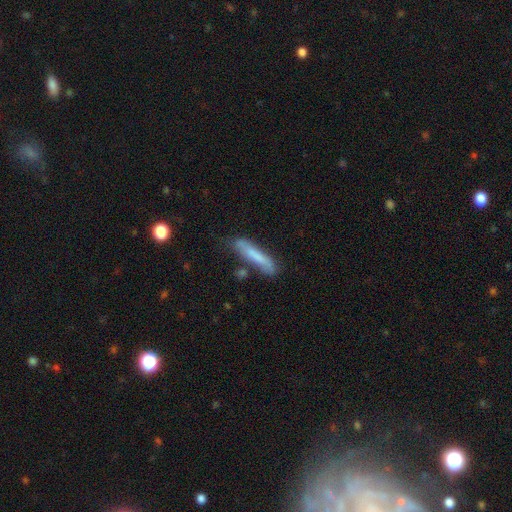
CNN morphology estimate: Overall: smooth (70%). How rounded: cigar-shaped (89%). Merging: none (66%).